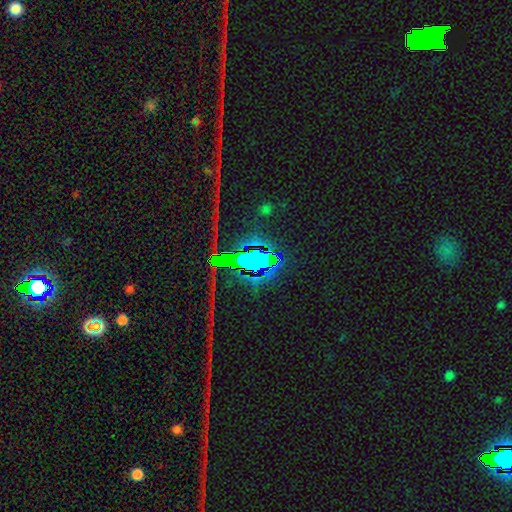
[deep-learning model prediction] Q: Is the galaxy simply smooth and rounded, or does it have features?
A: star or artifact — 84%.